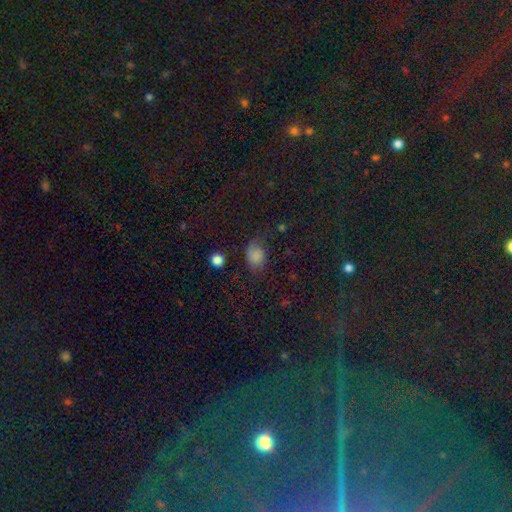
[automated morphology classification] The model was most divided on "how rounded": in between: 61%, round: 38%, cigar-shaped: 1%. More confident: smooth or featured — smooth (70%); merging — none (53%).